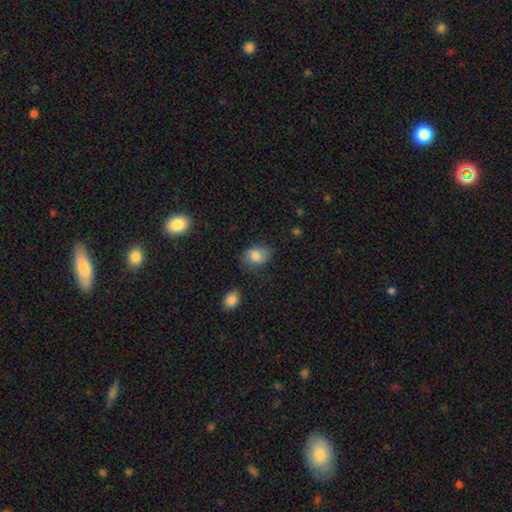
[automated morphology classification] Smooth or featured? smooth (82%)
How rounded? in between (69%)
Merging? none (60%)